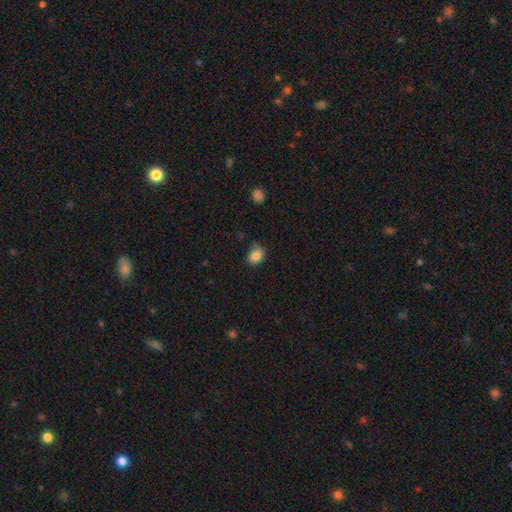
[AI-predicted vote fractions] This is clearly a smooth galaxy (84%). How rounded: possibly in between (58%). Merging: possibly none (56%).